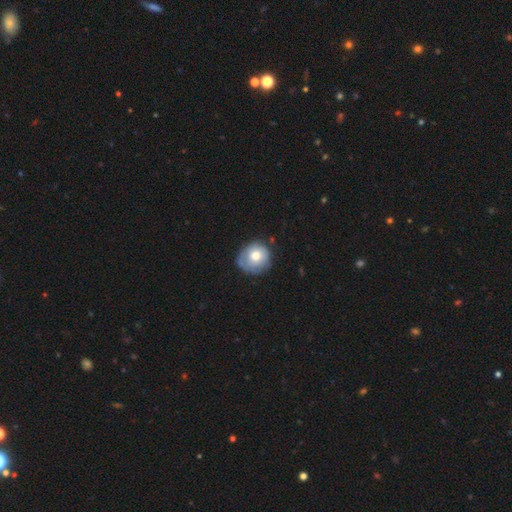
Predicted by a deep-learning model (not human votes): The model was most divided on "merging": none: 62%, minor disturbance: 28%, major disturbance: 8%, merger: 2%. More confident: how rounded — round (85%); smooth or featured — smooth (67%).